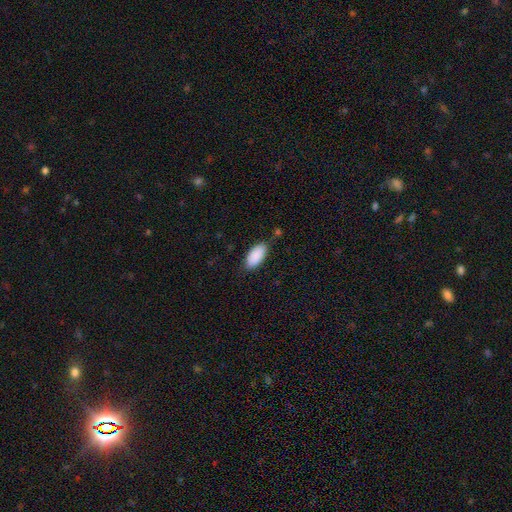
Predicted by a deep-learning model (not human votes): smooth 90%, star or artifact 6%, featured or disk 4%. Down the decision tree: how rounded — in between (93%); merging — none (79%).